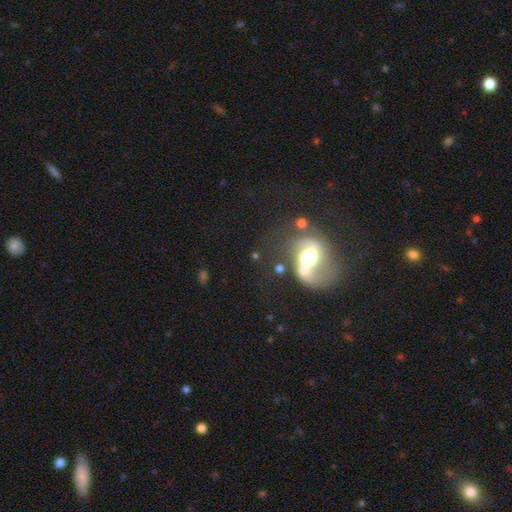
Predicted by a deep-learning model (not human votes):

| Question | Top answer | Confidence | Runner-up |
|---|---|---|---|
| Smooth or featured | featured or disk | 64% | smooth (21%) |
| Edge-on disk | no | 96% | yes (4%) |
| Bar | no | 51% | weak (33%) |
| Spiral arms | yes | 67% | no (33%) |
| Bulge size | moderate | 57% | large (20%) |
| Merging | none | 42% | major disturbance (25%) |